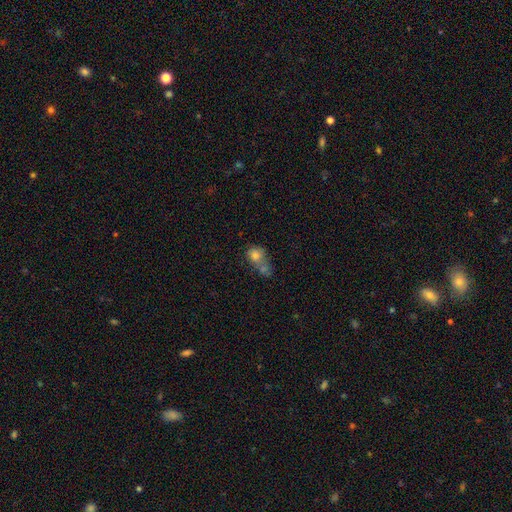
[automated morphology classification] A smooth galaxy with no disk features (74%) that is round (60%). Merging: merger (57%).